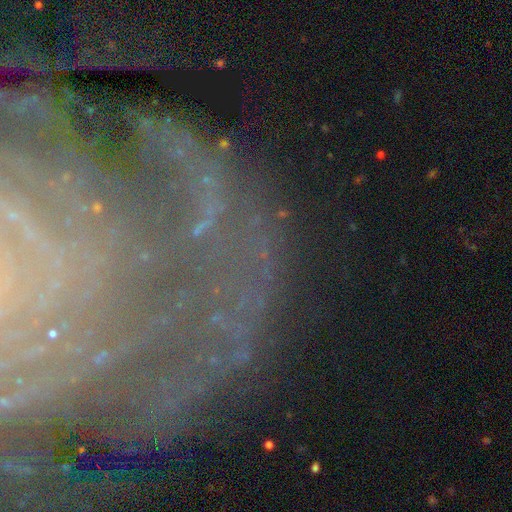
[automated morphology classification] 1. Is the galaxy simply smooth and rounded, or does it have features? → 59% featured or disk, 27% star or artifact, 14% smooth.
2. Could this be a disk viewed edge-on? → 86% no, 14% yes.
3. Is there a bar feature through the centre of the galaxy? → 45% no, 28% strong, 28% weak.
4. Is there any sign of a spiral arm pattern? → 80% yes, 20% no.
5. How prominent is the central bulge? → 49% small, 31% moderate, 8% large, 7% none, 5% dominant.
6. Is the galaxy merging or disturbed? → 73% none, 12% minor disturbance, 10% major disturbance, 5% merger.